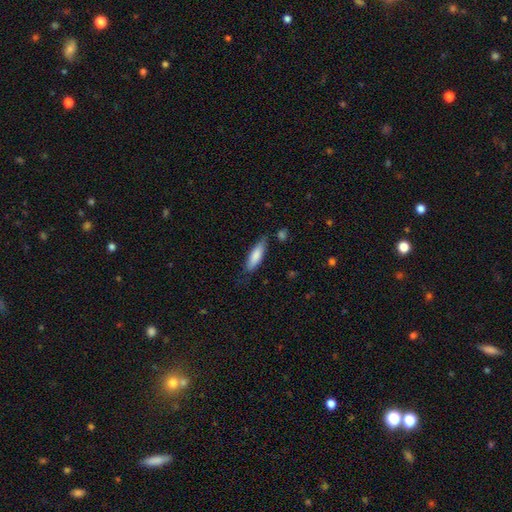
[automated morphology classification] A smooth galaxy with no disk features (79%) that is cigar-shaped (56%). Merging: none (68%).